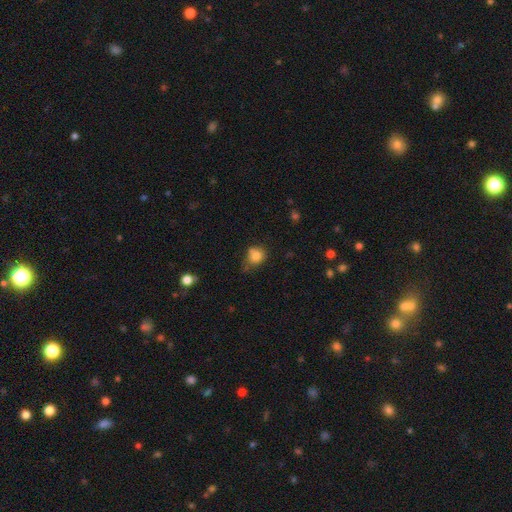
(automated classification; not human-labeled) Smooth or featured?
  - smooth: 80% *
  - star or artifact: 12%
  - featured or disk: 9%
How rounded?
  - round: 72% *
  - in between: 27%
  - cigar-shaped: 1%
Merging?
  - none: 52% *
  - minor disturbance: 27%
  - merger: 13%
  - major disturbance: 8%